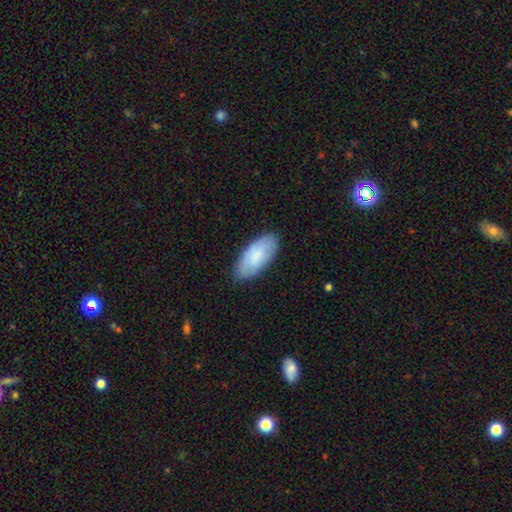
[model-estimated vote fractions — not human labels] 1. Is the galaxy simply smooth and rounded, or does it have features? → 81% smooth, 13% featured or disk, 6% star or artifact.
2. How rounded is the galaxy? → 92% in between, 7% cigar-shaped, 2% round.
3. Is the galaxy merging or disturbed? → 84% none, 13% minor disturbance, 2% major disturbance, 1% merger.